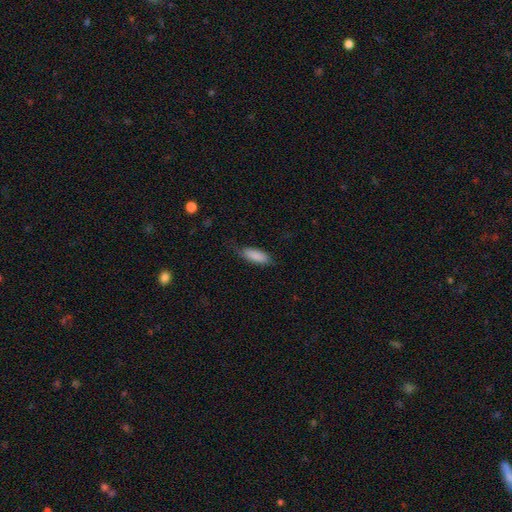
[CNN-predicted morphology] Smooth or featured? smooth (86%)
How rounded? in between (73%)
Merging? none (71%)